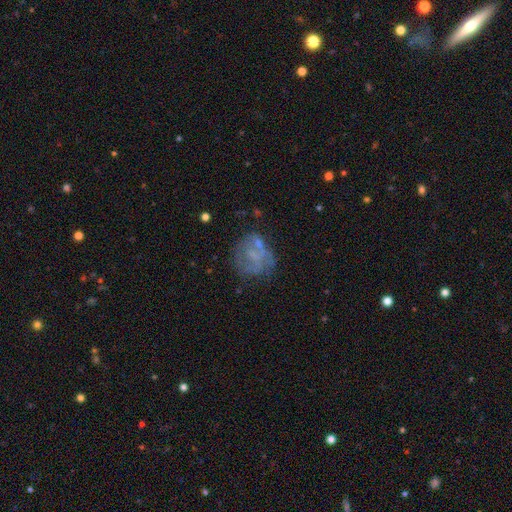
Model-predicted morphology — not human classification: This is possibly a featured or disk galaxy (51%). It is clearly not viewed edge-on (98%). Bar: likely no (79%). Spiral arm pattern: likely no (74%). Central bulge: likely none (63%). Merging: possibly none (51%).